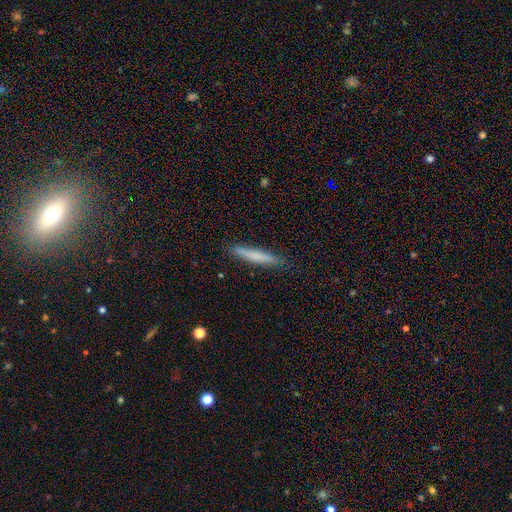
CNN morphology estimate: The model was most divided on "smooth or featured": smooth: 71%, featured or disk: 23%, star or artifact: 6%. More confident: how rounded — cigar-shaped (94%); merging — none (88%).